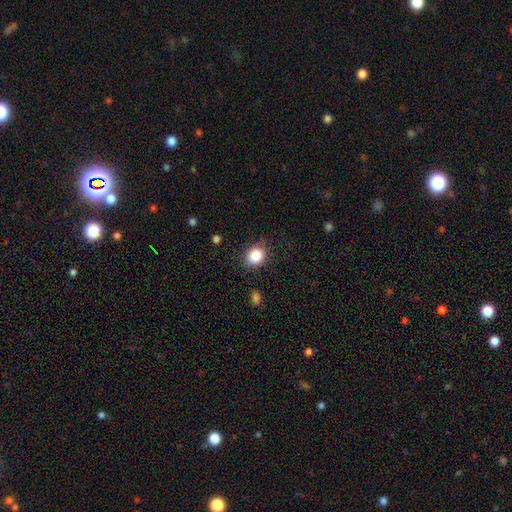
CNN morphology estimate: The model was most divided on "how rounded": round: 66%, in between: 33%, cigar-shaped: 1%. More confident: smooth or featured — smooth (86%); merging — none (81%).